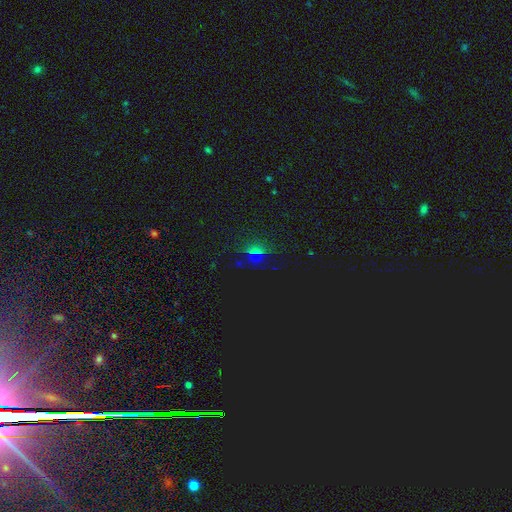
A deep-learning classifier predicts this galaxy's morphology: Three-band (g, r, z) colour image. It shows a star or artifact, not a galaxy (60%).